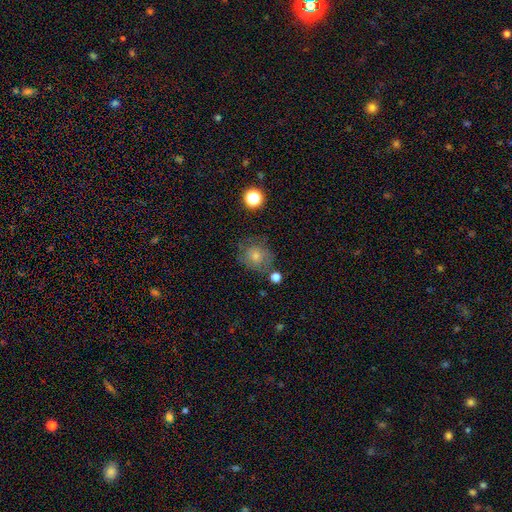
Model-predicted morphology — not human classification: Q: Smooth or featured?
A: smooth (50%); runner-up: featured or disk (33%)
Q: How rounded?
A: round (77%); runner-up: in between (22%)
Q: Merging?
A: none (70%); runner-up: minor disturbance (18%)